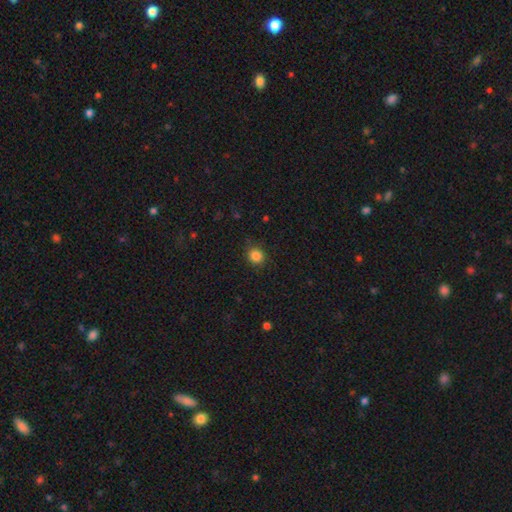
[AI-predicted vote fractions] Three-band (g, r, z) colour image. It shows a smooth galaxy with no disk features (85%) that is round (87%). Merging: none (84%).